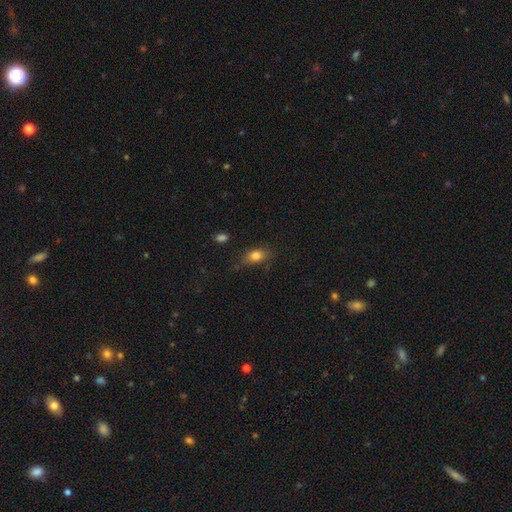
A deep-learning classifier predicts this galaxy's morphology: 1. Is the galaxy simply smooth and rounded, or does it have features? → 81% smooth, 10% star or artifact, 9% featured or disk.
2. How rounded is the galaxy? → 81% in between, 14% round, 5% cigar-shaped.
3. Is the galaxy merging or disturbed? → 69% none, 22% minor disturbance, 6% major disturbance, 3% merger.